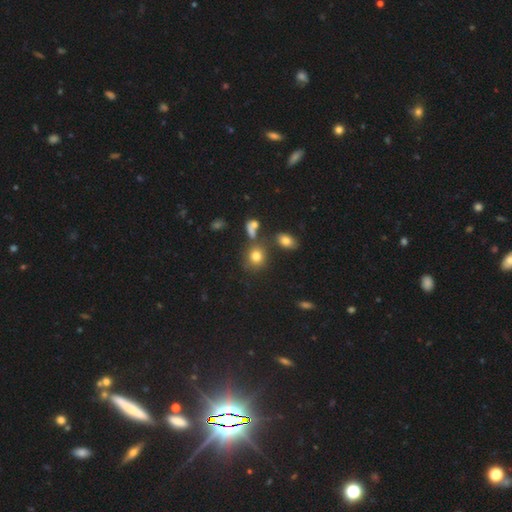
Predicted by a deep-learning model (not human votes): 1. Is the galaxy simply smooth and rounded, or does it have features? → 78% smooth, 13% star or artifact, 9% featured or disk.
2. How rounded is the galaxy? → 73% round, 26% in between, 1% cigar-shaped.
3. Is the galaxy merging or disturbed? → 66% none, 15% merger, 13% minor disturbance, 6% major disturbance.